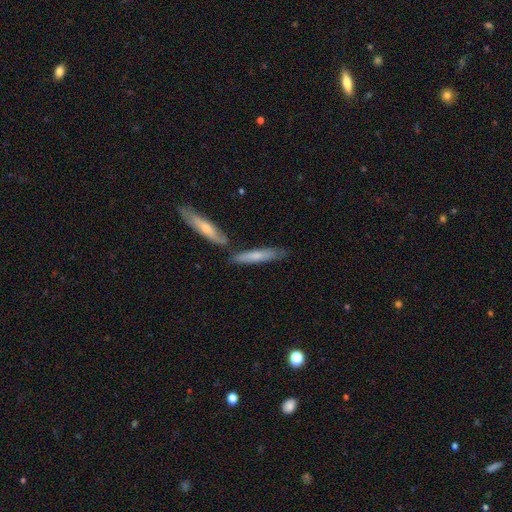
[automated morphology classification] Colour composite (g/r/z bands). It shows a smooth galaxy with no disk features (62%) that is cigar-shaped (87%). Merging: none (67%).